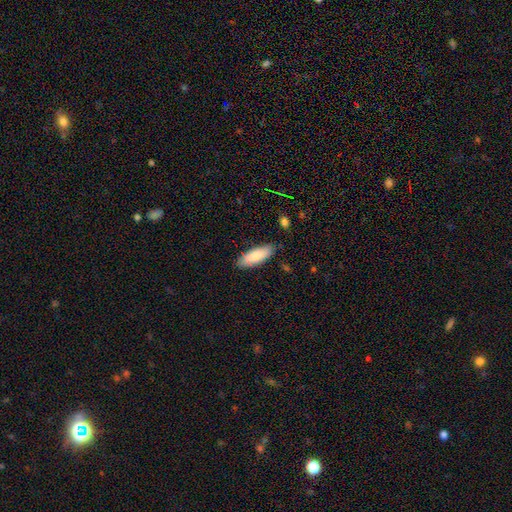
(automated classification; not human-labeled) Smooth or featured? smooth (83%)
How rounded? in between (70%)
Merging? none (84%)